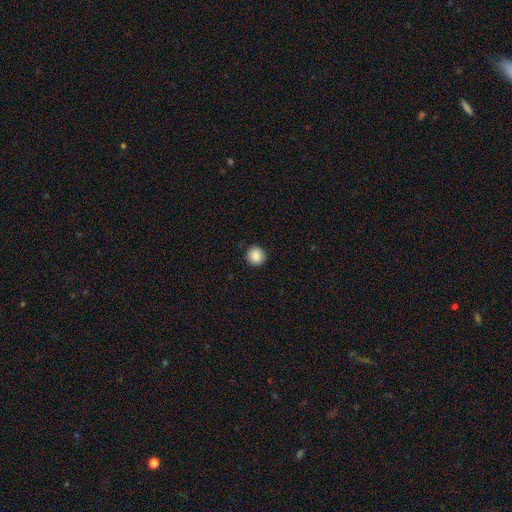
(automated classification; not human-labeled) Smooth or featured? Predicted: smooth (p=0.88). How rounded? Predicted: round (p=0.93). Merging? Predicted: none (p=0.90).